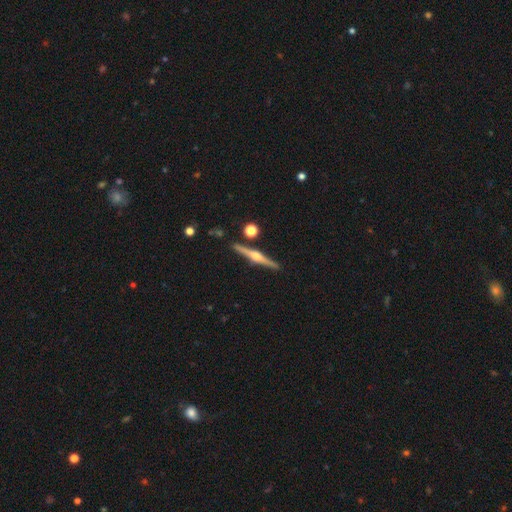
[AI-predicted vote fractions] smooth_or_featured: featured or disk (p=0.82) [alt: smooth p=0.12]
disk_edge_on: yes (p=0.98) [alt: no p=0.02]
edge_on_bulge: rounded (p=0.92) [alt: boxy p=0.05]
merging: none (p=0.89) [alt: minor disturbance p=0.06]